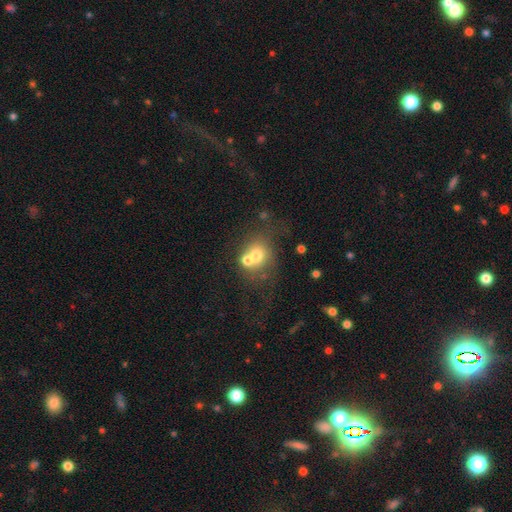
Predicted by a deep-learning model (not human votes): Morphology: type=smooth (63%); roundness=round (73%); merging=merger (51%).